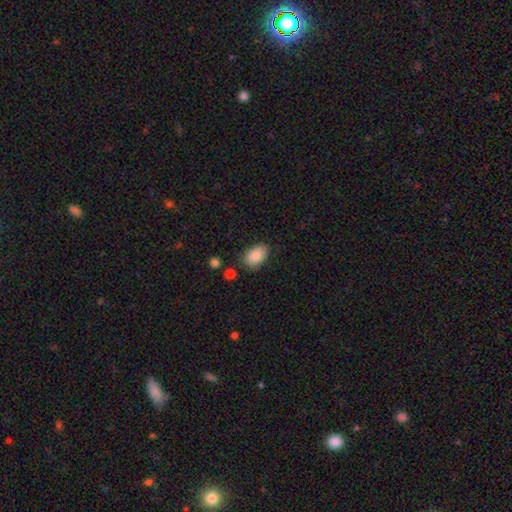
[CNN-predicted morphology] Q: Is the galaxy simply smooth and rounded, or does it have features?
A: smooth — 88%.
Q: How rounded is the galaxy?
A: in between — 90%.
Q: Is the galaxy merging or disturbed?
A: none — 78%.